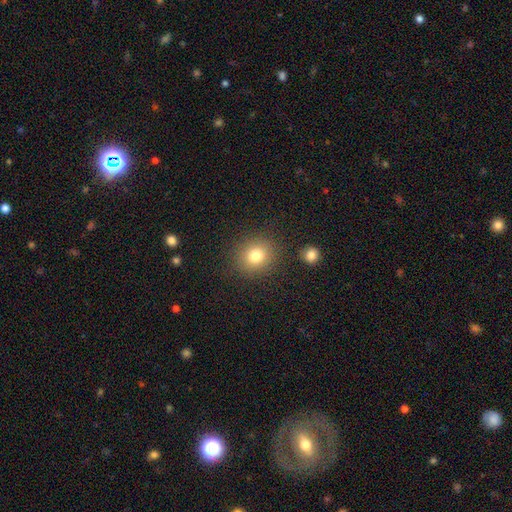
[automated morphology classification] smooth_or_featured: smooth (p=0.79) [alt: star or artifact p=0.13]
how_rounded: round (p=0.82) [alt: in between p=0.17]
merging: none (p=0.86) [alt: minor disturbance p=0.08]